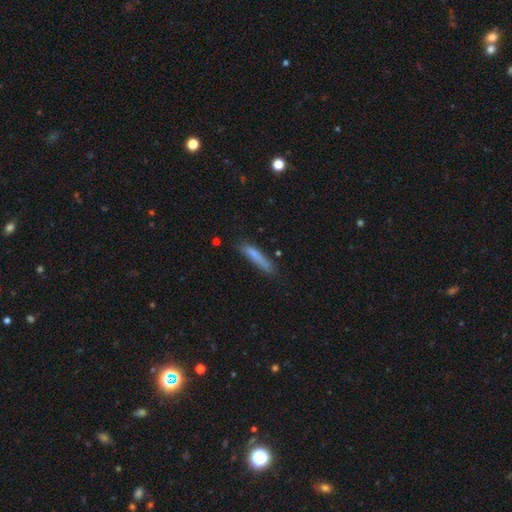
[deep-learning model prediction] The model was most divided on "merging": none: 74%, minor disturbance: 19%, major disturbance: 4%, merger: 3%. More confident: how rounded — cigar-shaped (89%); smooth or featured — smooth (75%).